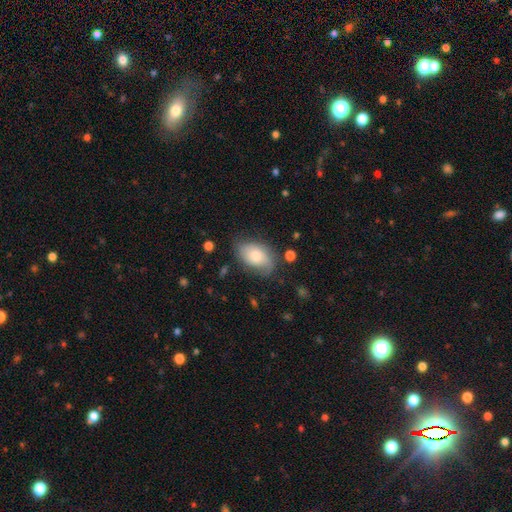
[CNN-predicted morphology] smooth_or_featured: smooth (p=0.63) [alt: featured or disk p=0.30]
how_rounded: in between (p=0.89) [alt: round p=0.10]
merging: none (p=0.60) [alt: minor disturbance p=0.27]